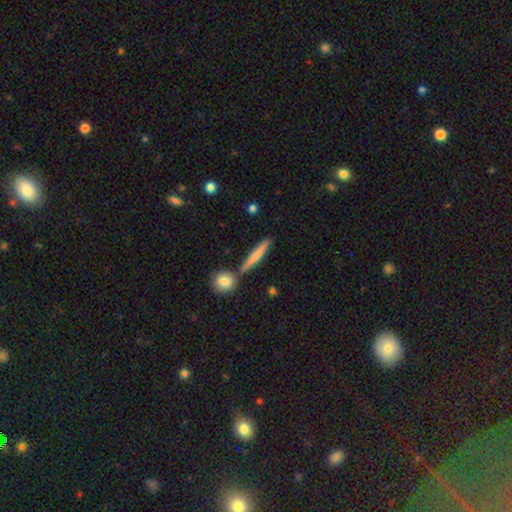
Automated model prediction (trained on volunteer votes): Smooth or featured? smooth (68%)
How rounded? cigar-shaped (91%)
Merging? none (80%)